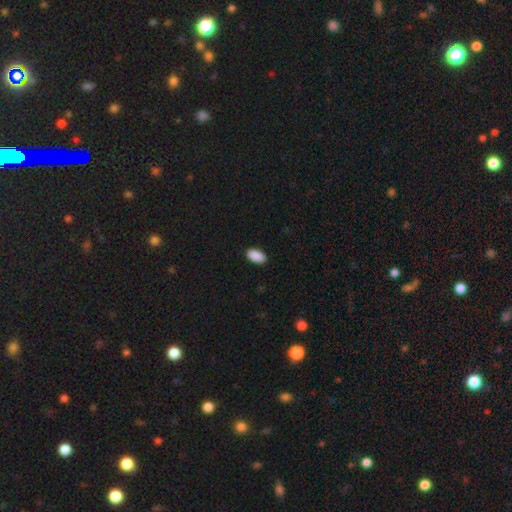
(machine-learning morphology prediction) smooth-or-featured: smooth: 91% | star or artifact: 7% | featured or disk: 3%
  how-rounded: in between: 95% | round: 3% | cigar-shaped: 2%
  merging: none: 89% | minor disturbance: 8% | major disturbance: 2% | merger: 1%